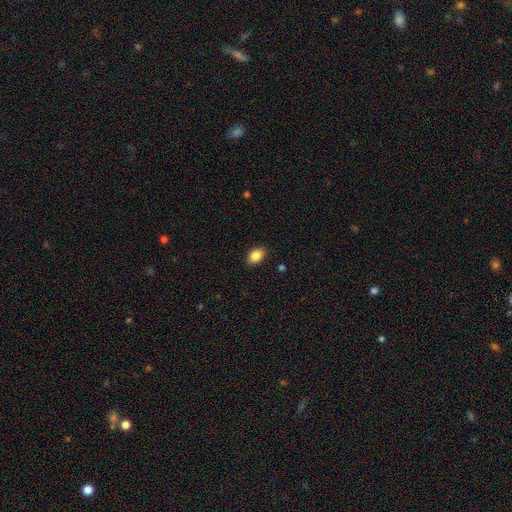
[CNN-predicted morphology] A smooth galaxy with no disk features (86%) that is in between round and cigar-shaped (84%).

Vote fractions:
- Smooth or featured? smooth: 86% / star or artifact: 8% / featured or disk: 6%
- How rounded? in between: 84% / round: 15% / cigar-shaped: 1%
- Merging? none: 87% / minor disturbance: 9% / major disturbance: 2% / merger: 1%